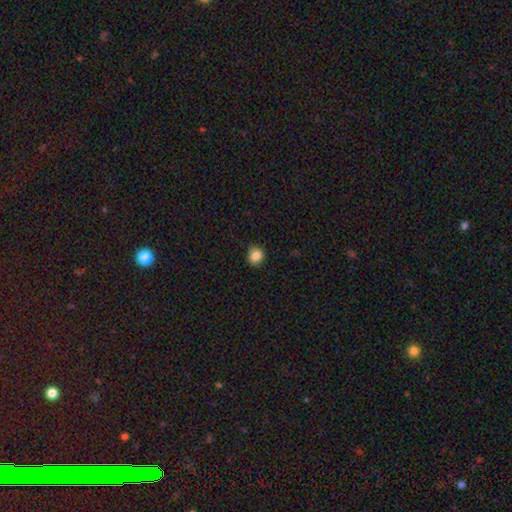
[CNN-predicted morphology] type=smooth (85%); roundness=round (84%); merging=none (83%).